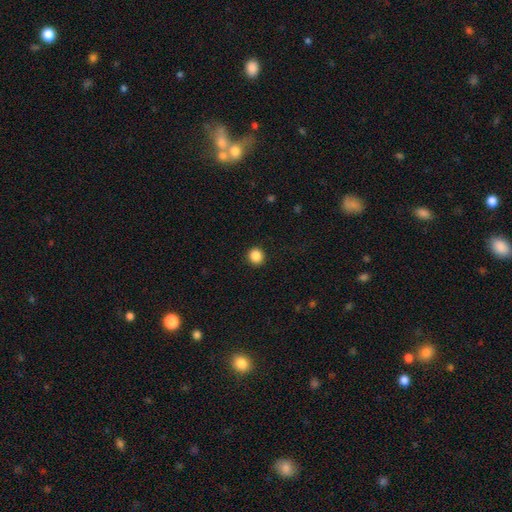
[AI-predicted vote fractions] Smooth or featured: smooth — 87% (star or artifact — 10%)
How rounded: round — 92% (in between — 7%)
Merging: none — 92% (minor disturbance — 5%)